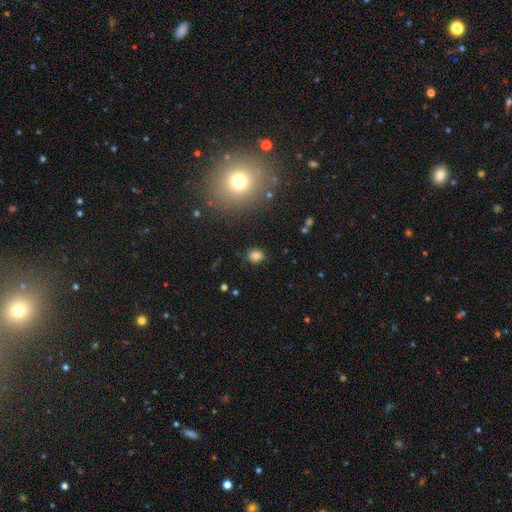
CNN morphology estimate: A smooth galaxy with no disk features (81%) that is round (70%).

Vote fractions:
- Smooth or featured? smooth: 81% / star or artifact: 13% / featured or disk: 6%
- How rounded? round: 70% / in between: 29% / cigar-shaped: 1%
- Merging? none: 86% / minor disturbance: 10% / major disturbance: 3% / merger: 2%